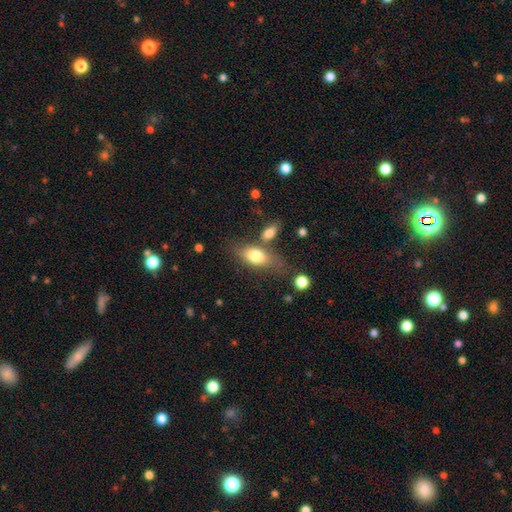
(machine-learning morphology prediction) Smooth or featured? Predicted: smooth (p=0.77). How rounded? Predicted: in between (p=0.85). Merging? Predicted: none (p=0.54).